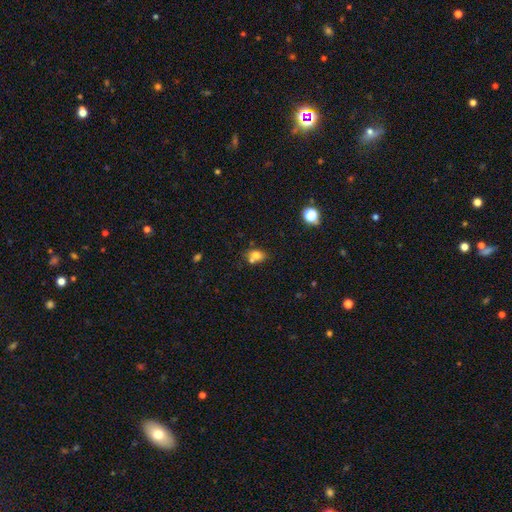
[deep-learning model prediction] This is likely a smooth galaxy (72%). How rounded: possibly in between (57%). Merging: marginally none (45%).